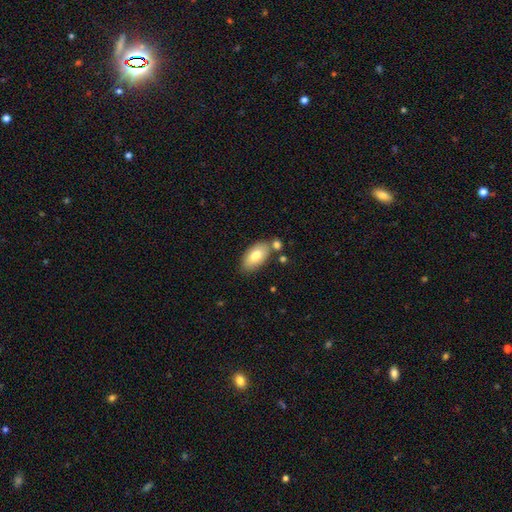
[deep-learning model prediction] Overall: smooth (76%). How rounded: in between (93%). Merging: none (69%).